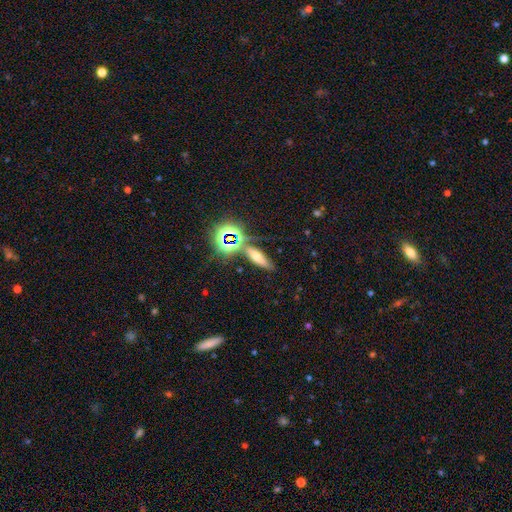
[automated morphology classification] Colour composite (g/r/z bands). It shows a smooth galaxy with no disk features (47%). Merging: none (68%).